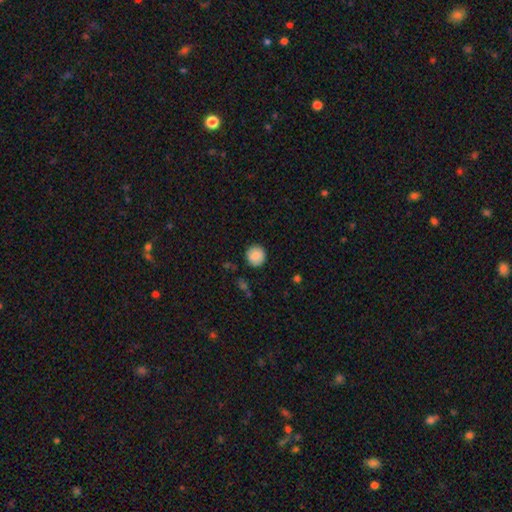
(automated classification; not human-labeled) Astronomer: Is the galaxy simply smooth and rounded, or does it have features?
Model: smooth — 88%.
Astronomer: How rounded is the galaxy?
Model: round — 93%.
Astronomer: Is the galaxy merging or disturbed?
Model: none — 89%.